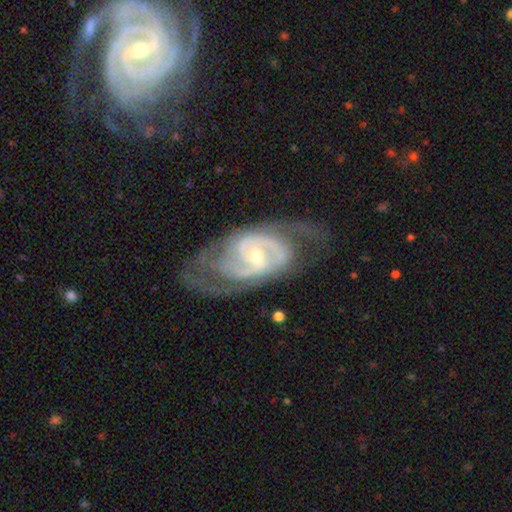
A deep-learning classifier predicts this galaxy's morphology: Smooth or featured?
  - featured or disk: 90% *
  - smooth: 5%
  - star or artifact: 5%
Edge-on disk?
  - no: 96% *
  - yes: 4%
Bar?
  - no: 50% *
  - weak: 36%
  - strong: 14%
Spiral arms?
  - yes: 97% *
  - no: 3%
Spiral winding?
  - tight: 49% *
  - medium: 42%
  - loose: 9%
Spiral arm count?
  - 2: 67% *
  - can't tell: 12%
  - 3: 11%
  - 4: 4%
  - 1: 3%
  - more than 4: 3%
Bulge size?
  - small: 59% *
  - moderate: 38%
  - large: 2%
  - none: 1%
  - dominant: 1%
Merging?
  - none: 65% *
  - minor disturbance: 20%
  - major disturbance: 13%
  - merger: 2%